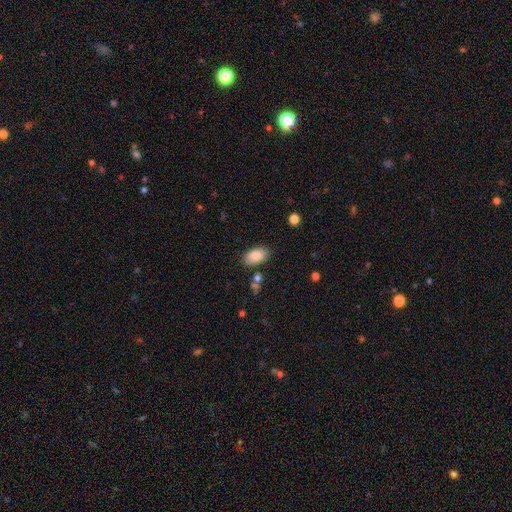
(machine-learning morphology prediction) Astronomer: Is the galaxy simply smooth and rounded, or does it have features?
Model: smooth — 86%.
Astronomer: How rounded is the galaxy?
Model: in between — 94%.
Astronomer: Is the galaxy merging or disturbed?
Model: none — 81%.